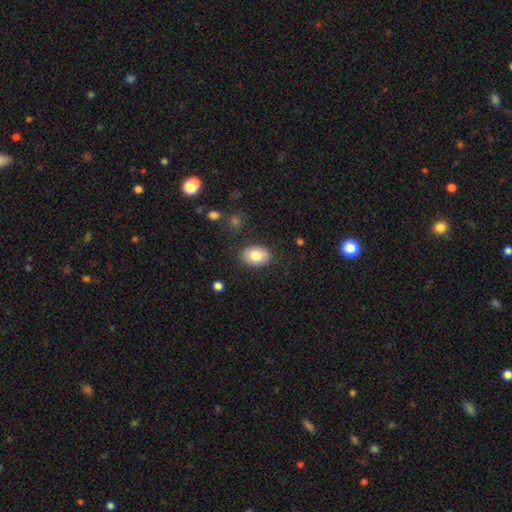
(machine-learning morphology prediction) type=smooth (81%); roundness=in between (77%); merging=none (85%).